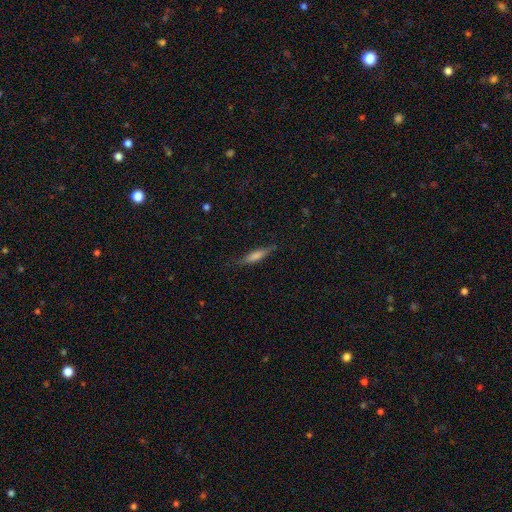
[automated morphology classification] Smooth or featured? Predicted: smooth (p=0.49). Merging? Predicted: none (p=0.80).